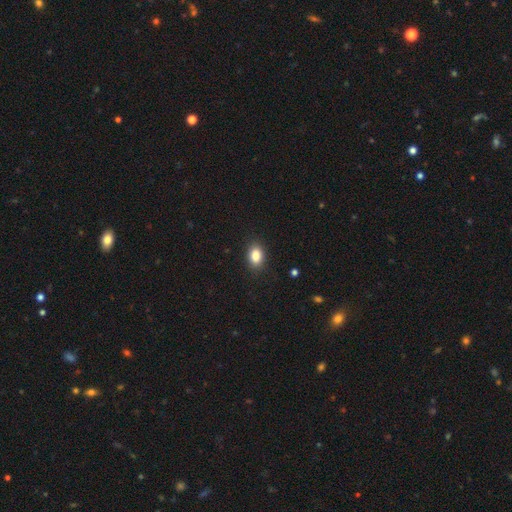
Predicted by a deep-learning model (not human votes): Smooth or featured?
  - smooth: 86% *
  - star or artifact: 9%
  - featured or disk: 6%
How rounded?
  - in between: 83% *
  - round: 15%
  - cigar-shaped: 2%
Merging?
  - none: 88% *
  - minor disturbance: 9%
  - major disturbance: 2%
  - merger: 1%